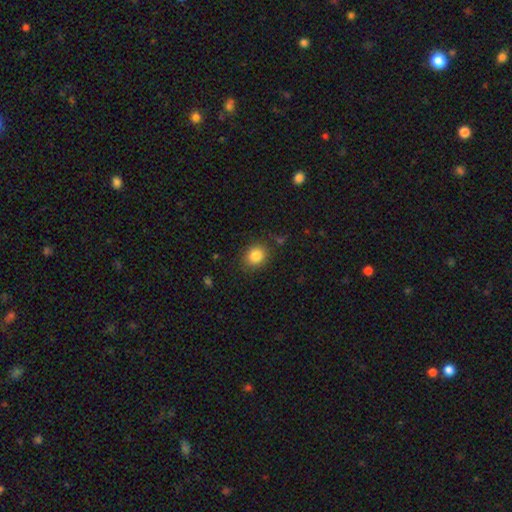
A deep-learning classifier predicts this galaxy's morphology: smooth 84%, star or artifact 10%, featured or disk 6%. Down the decision tree: how rounded — round (72%); merging — none (85%).